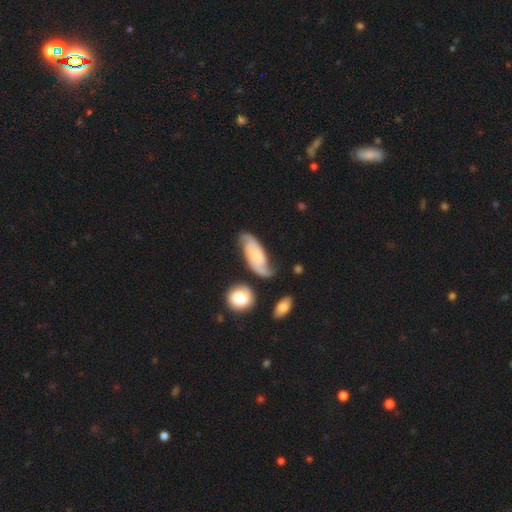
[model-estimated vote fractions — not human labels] Smooth or featured?
  - featured or disk: 70% *
  - smooth: 24%
  - star or artifact: 6%
Edge-on disk?
  - no: 92% *
  - yes: 8%
Bar?
  - no: 64% *
  - weak: 29%
  - strong: 7%
Spiral arms?
  - yes: 94% *
  - no: 6%
Spiral winding?
  - medium: 40% *
  - loose: 35%
  - tight: 24%
Spiral arm count?
  - 2: 85% *
  - can't tell: 8%
  - 1: 3%
  - 3: 2%
  - 4: 1%
  - more than 4: 1%
Bulge size?
  - small: 46% *
  - moderate: 27%
  - none: 18%
  - large: 7%
  - dominant: 2%
Merging?
  - none: 61% *
  - minor disturbance: 22%
  - major disturbance: 10%
  - merger: 7%